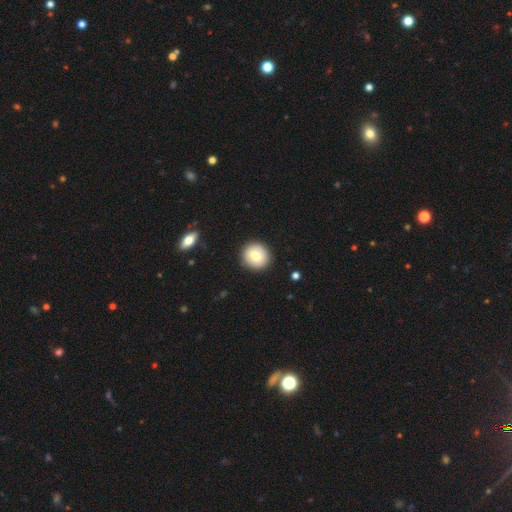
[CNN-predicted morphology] Smooth or featured: smooth — 75% (featured or disk — 18%)
How rounded: round — 89% (in between — 10%)
Merging: none — 90% (minor disturbance — 7%)